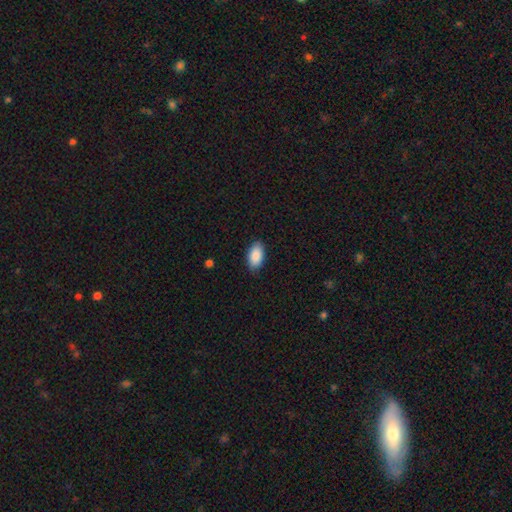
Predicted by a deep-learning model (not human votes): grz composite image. It shows a smooth galaxy with no disk features (88%) that is in between round and cigar-shaped (94%). Merging: none (87%).